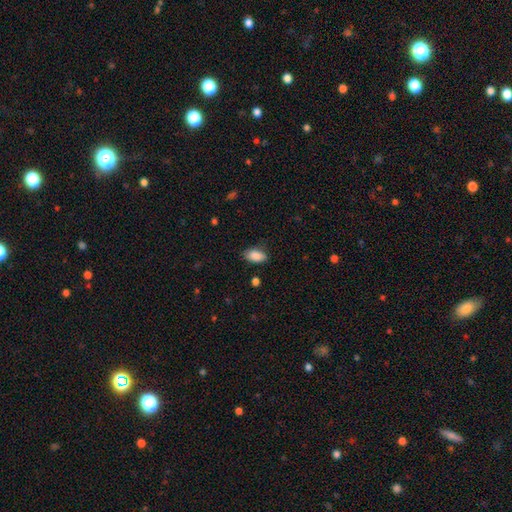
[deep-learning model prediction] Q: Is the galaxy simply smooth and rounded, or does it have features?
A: smooth — 88%.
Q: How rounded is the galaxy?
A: in between — 92%.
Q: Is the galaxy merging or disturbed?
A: none — 79%.